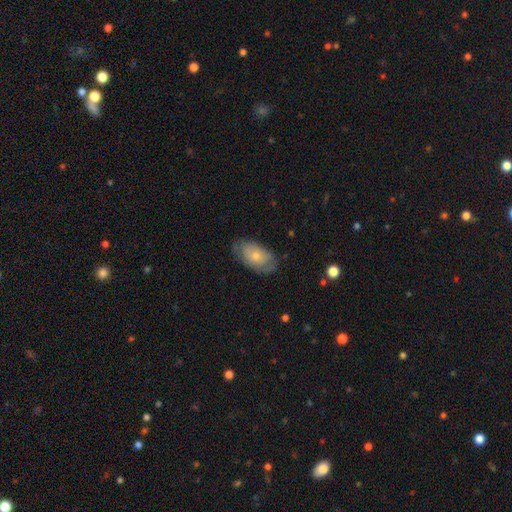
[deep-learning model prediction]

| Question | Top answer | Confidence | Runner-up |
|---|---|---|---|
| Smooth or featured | smooth | 68% | featured or disk (26%) |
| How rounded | in between | 92% | round (6%) |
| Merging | none | 68% | minor disturbance (24%) |